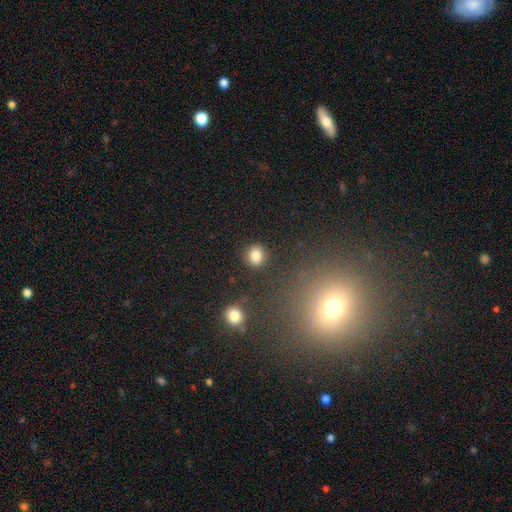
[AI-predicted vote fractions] A smooth galaxy with no disk features (83%) that is round (80%). Merging: none (88%).